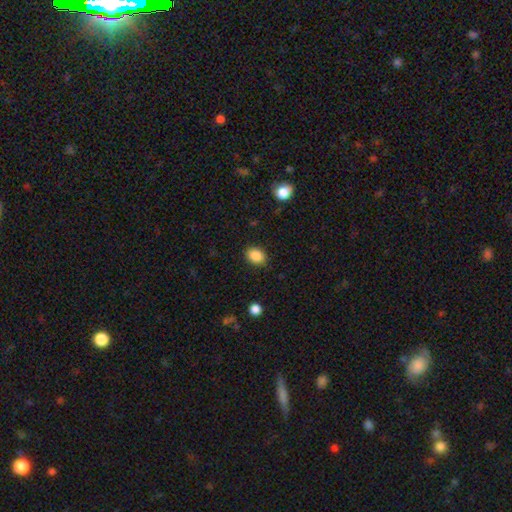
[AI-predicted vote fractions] Smooth or featured? Predicted: smooth (p=0.88). How rounded? Predicted: in between (p=0.67). Merging? Predicted: none (p=0.87).